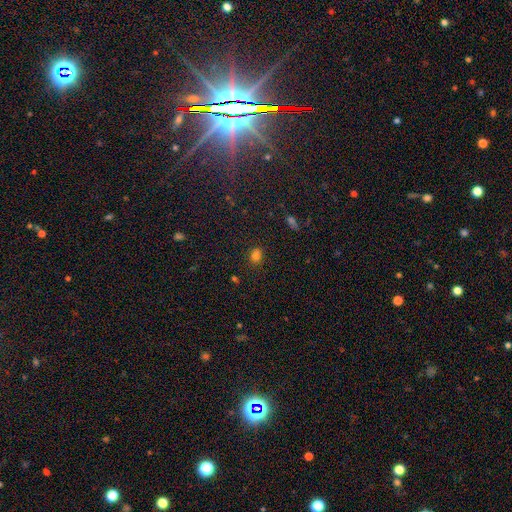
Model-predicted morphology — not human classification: A smooth galaxy with no disk features (76%) that is in between round and cigar-shaped (58%). Merging: none (80%).